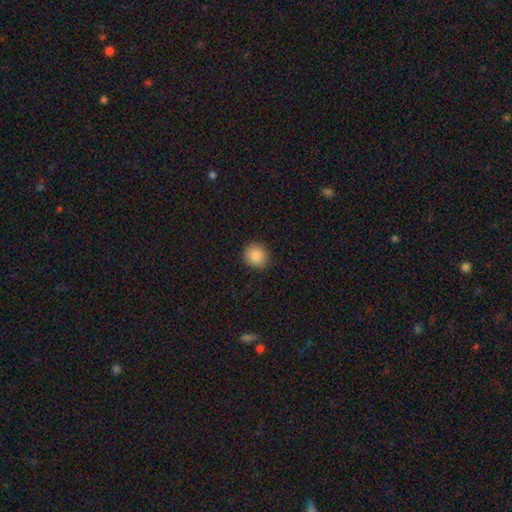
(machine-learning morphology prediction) smooth 87%, star or artifact 9%, featured or disk 4%. Down the decision tree: how rounded — round (88%); merging — none (92%).